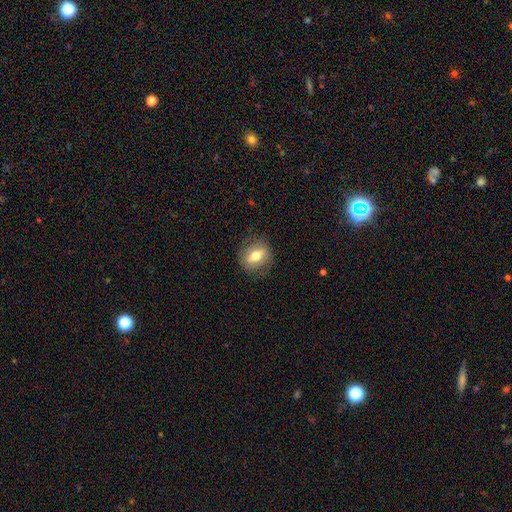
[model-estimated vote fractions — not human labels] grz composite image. It shows a smooth galaxy with no disk features (59%) that is round (55%). Merging: none (83%).